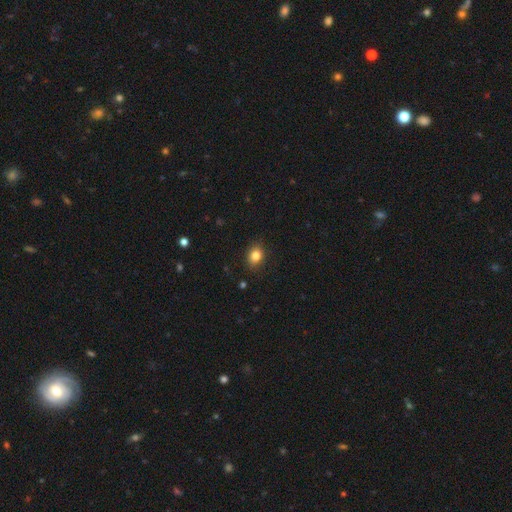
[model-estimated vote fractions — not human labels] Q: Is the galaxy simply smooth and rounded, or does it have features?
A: smooth — 83%.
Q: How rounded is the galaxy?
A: in between — 57%.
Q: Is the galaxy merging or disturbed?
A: none — 87%.